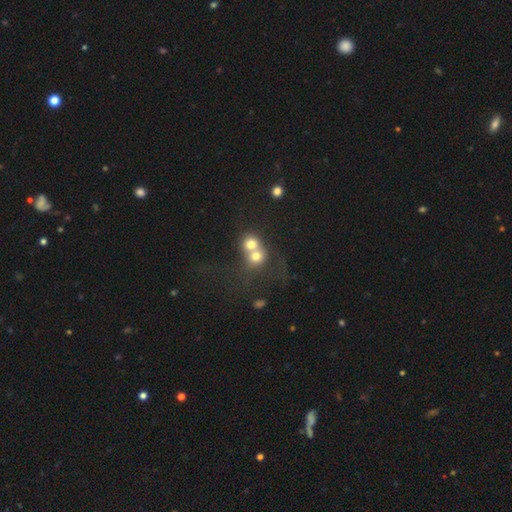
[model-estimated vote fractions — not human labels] Smooth or featured? smooth (68%)
How rounded? round (78%)
Merging? merger (70%)